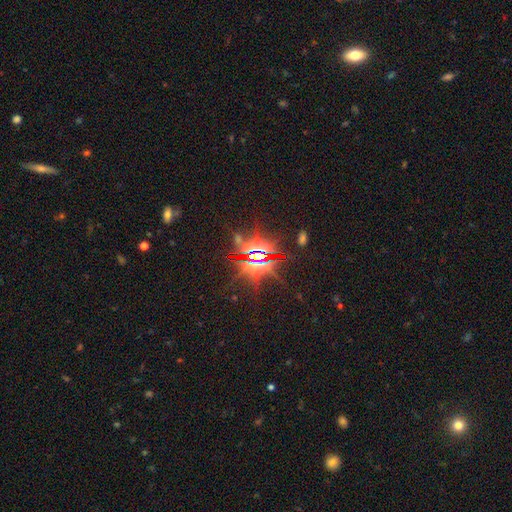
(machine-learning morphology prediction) Smooth or featured?
  - star or artifact: 82% *
  - featured or disk: 9%
  - smooth: 9%